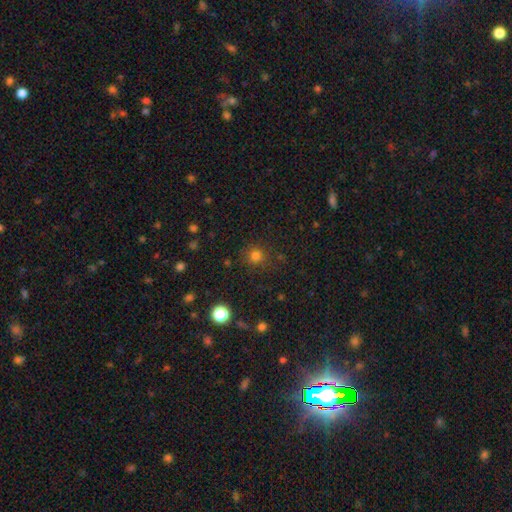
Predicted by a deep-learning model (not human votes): This is likely a smooth galaxy (76%). How rounded: clearly round (90%). Merging: clearly none (83%).